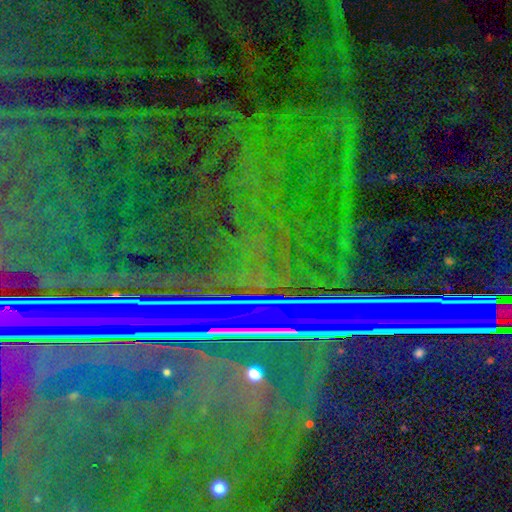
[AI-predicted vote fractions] star or artifact 87%, featured or disk 9%, smooth 5%.